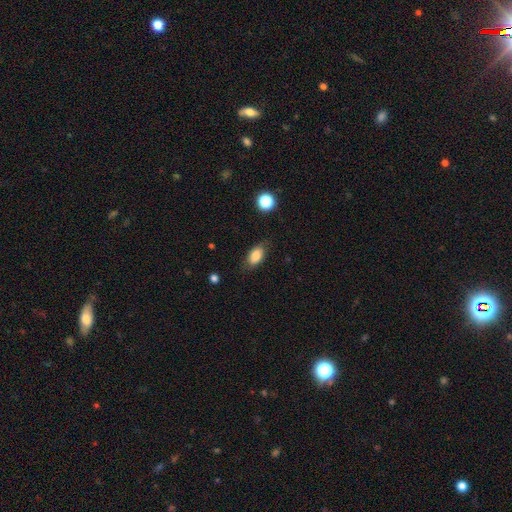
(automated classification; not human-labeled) smooth-or-featured: smooth: 82% | featured or disk: 10% | star or artifact: 8%
  how-rounded: in between: 90% | round: 7% | cigar-shaped: 4%
  merging: none: 76% | minor disturbance: 18% | major disturbance: 5% | merger: 1%